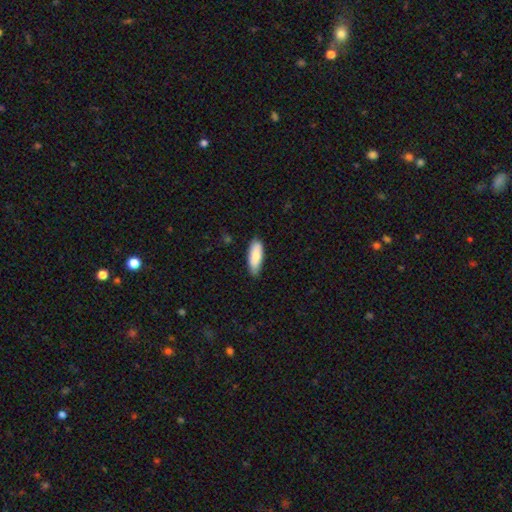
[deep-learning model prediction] smooth 83%, featured or disk 11%, star or artifact 6%. Down the decision tree: how rounded — in between (69%); merging — none (79%).